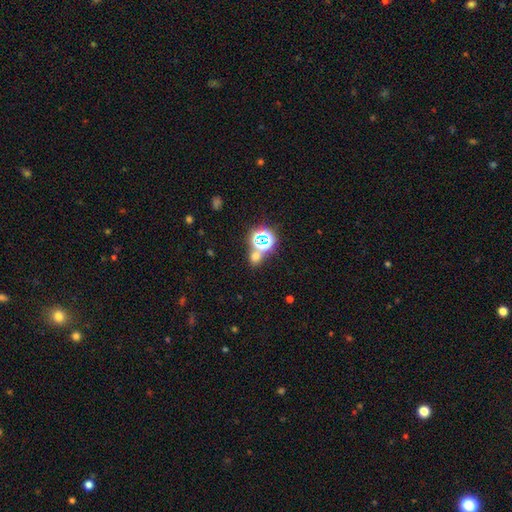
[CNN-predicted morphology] This appears to be a smooth galaxy with no disk features (49%). Merging: none (62%).